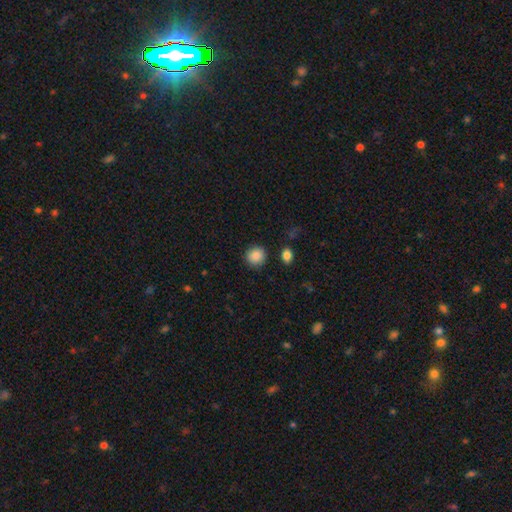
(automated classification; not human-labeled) Smooth or featured? Predicted: smooth (p=0.88). How rounded? Predicted: round (p=0.88). Merging? Predicted: none (p=0.88).